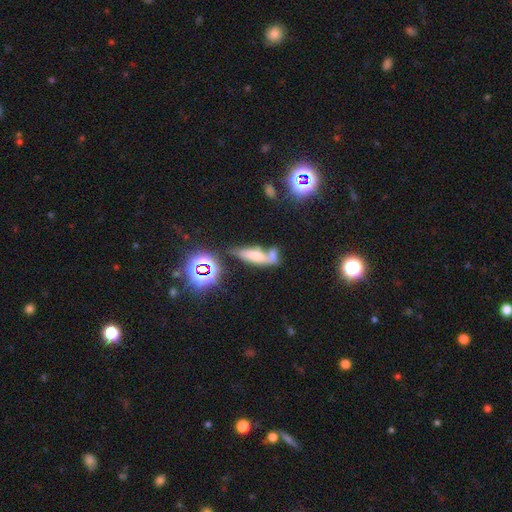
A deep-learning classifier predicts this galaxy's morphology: A smooth galaxy with no disk features (50%) that is in between round and cigar-shaped (52%).

Vote fractions:
- Smooth or featured? smooth: 50% / featured or disk: 29% / star or artifact: 21%
- How rounded? in between: 52% / cigar-shaped: 42% / round: 6%
- Merging? merger: 40% / none: 36% / minor disturbance: 14% / major disturbance: 10%